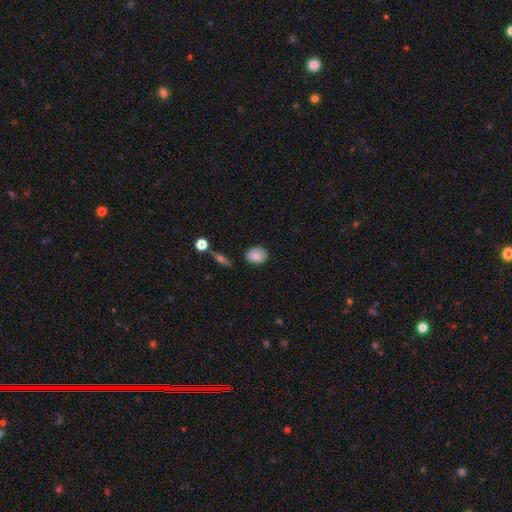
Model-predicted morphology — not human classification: type=smooth (79%); roundness=in between (55%); merging=none (75%).